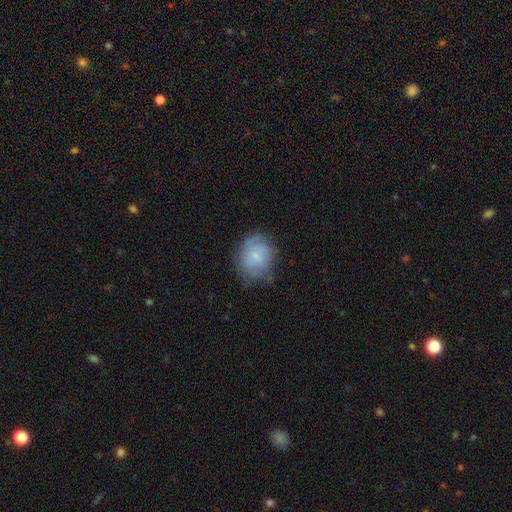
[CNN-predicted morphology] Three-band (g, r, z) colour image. It shows a smooth galaxy with no disk features (54%) that is round (52%). Merging: none (60%).